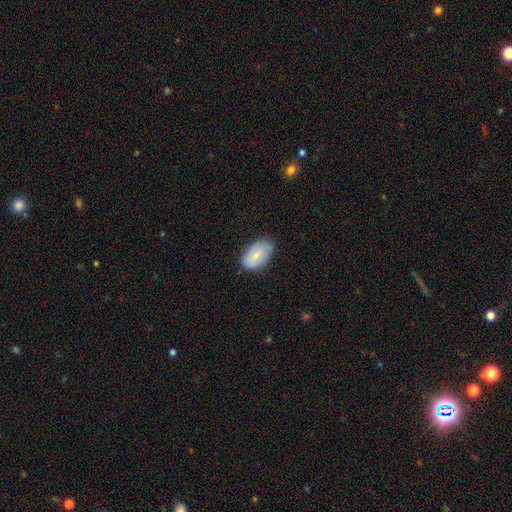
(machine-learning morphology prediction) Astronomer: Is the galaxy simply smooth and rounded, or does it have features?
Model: smooth — 73%.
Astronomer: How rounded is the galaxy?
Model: in between — 93%.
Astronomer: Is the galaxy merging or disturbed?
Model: none — 72%.